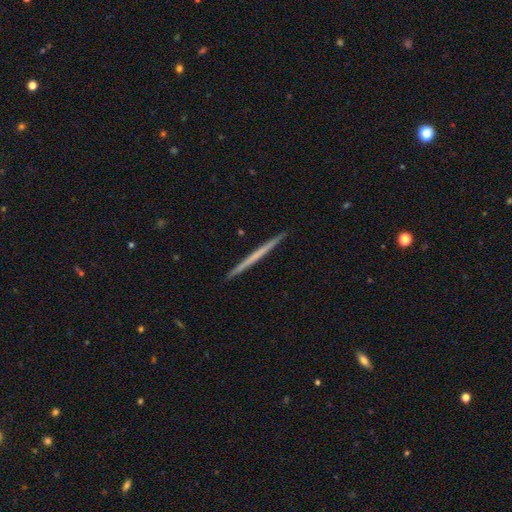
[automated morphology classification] featured or disk 54%, smooth 41%, star or artifact 5%. Down the decision tree: edge-on disk — yes (98%); edge-on bulge — none (93%); merging — none (93%).